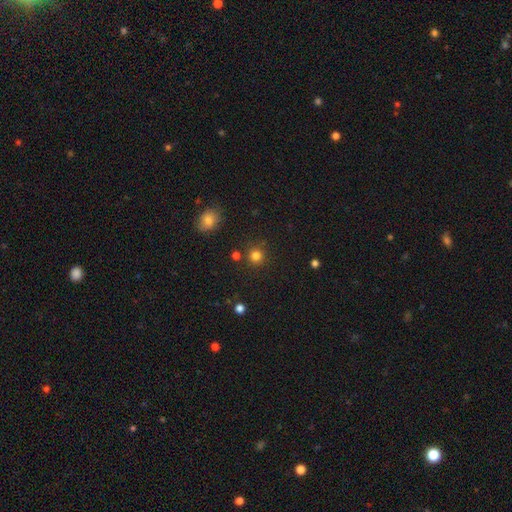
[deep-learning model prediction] smooth_or_featured: smooth (p=0.80) [alt: star or artifact p=0.15]
how_rounded: round (p=0.93) [alt: in between p=0.06]
merging: none (p=0.86) [alt: minor disturbance p=0.07]